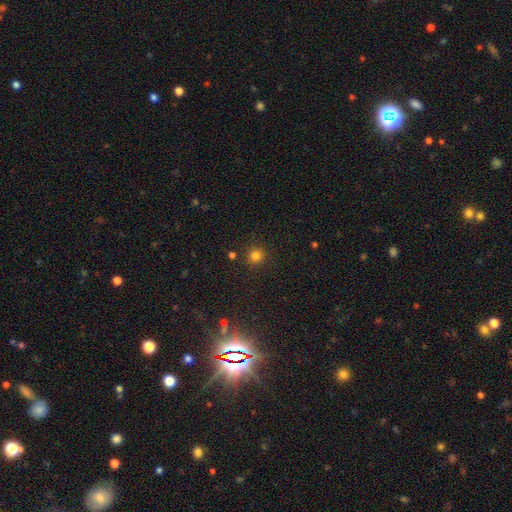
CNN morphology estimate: smooth_or_featured: smooth (p=0.80) [alt: star or artifact p=0.16]
how_rounded: round (p=0.94) [alt: in between p=0.05]
merging: none (p=0.87) [alt: minor disturbance p=0.07]